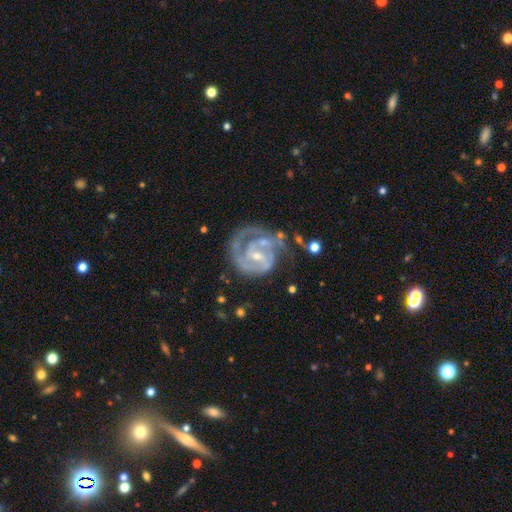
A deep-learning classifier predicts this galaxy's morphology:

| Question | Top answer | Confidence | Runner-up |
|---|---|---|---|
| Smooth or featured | featured or disk | 88% | smooth (7%) |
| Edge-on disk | no | 98% | yes (2%) |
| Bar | weak | 48% | no (33%) |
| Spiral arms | yes | 94% | no (6%) |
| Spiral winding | tight | 54% | medium (37%) |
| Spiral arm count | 2 | 50% | can't tell (17%) |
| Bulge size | small | 62% | moderate (32%) |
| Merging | none | 50% | minor disturbance (22%) |